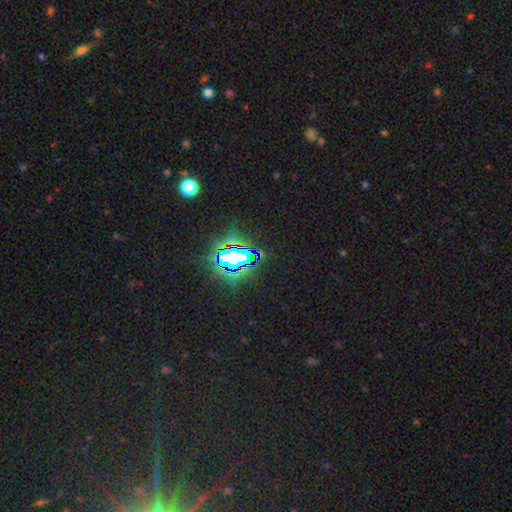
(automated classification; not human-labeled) This appears to be a star or artifact, not a galaxy (75%).